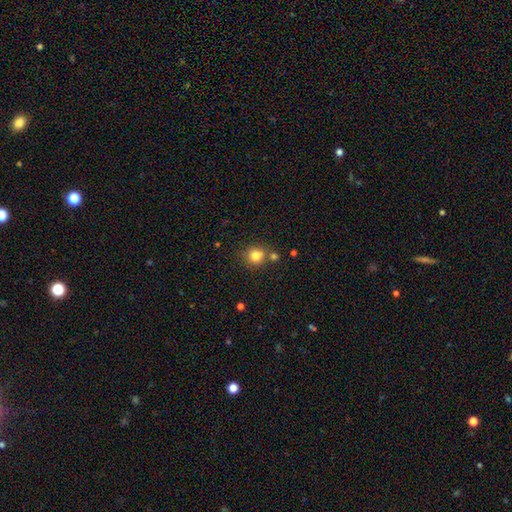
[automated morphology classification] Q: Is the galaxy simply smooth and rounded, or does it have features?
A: smooth — 81%.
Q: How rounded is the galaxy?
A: round — 89%.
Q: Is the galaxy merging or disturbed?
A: none — 66%.